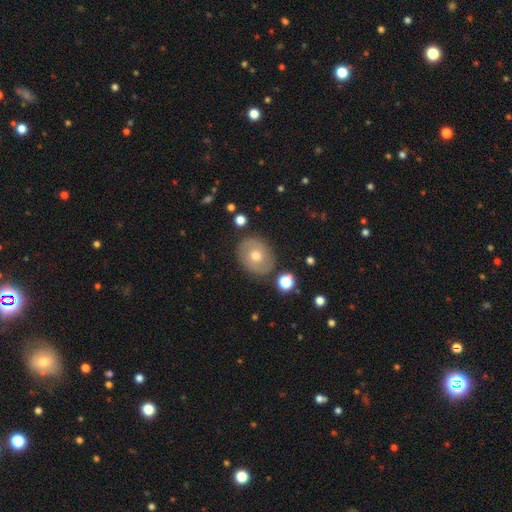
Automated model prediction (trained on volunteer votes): Smooth or featured: smooth — 50% (featured or disk — 40%)
How rounded: round — 60% (in between — 39%)
Merging: none — 85% (minor disturbance — 10%)